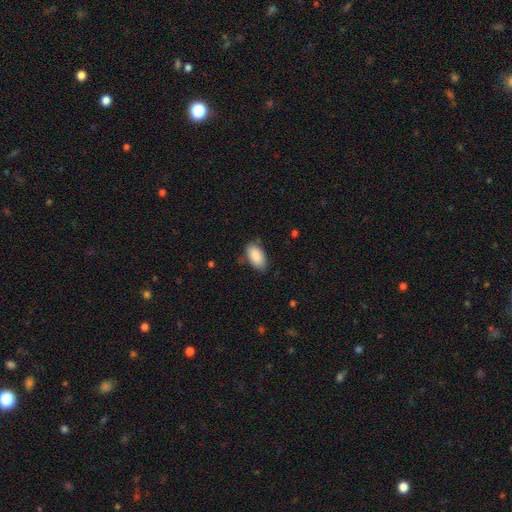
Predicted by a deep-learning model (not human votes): Smooth or featured? Predicted: smooth (p=0.89). How rounded? Predicted: in between (p=0.95). Merging? Predicted: none (p=0.77).